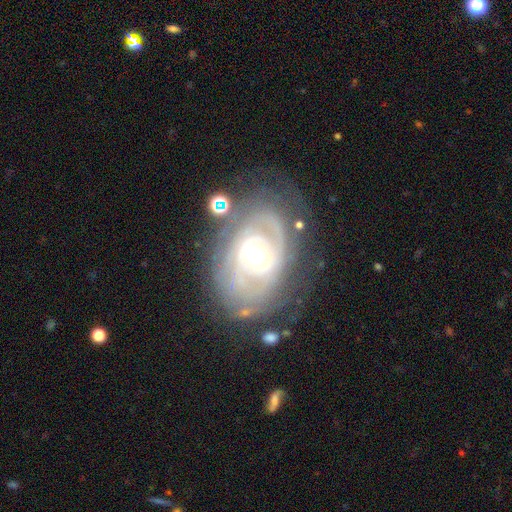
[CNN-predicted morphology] A featured or disk galaxy (85%) with a weak bar (45%), can't tell (36%, tied with 2) tight (68%) spiral arms (90%) and a moderate central bulge (68%). Merging: none (68%).